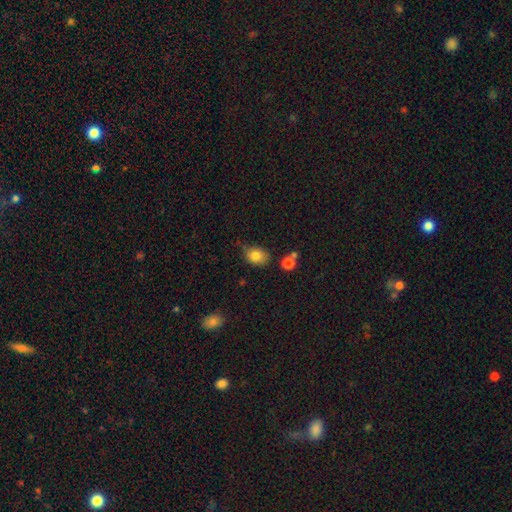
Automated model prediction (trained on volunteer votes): Morphology: type=smooth (82%); roundness=in between (64%); merging=none (69%).